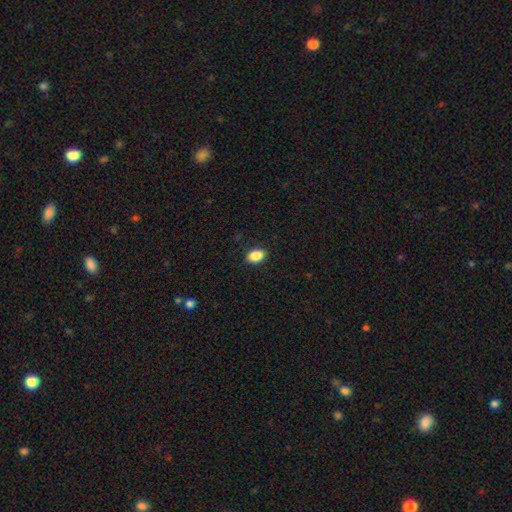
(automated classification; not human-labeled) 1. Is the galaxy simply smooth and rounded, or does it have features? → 88% smooth, 8% star or artifact, 4% featured or disk.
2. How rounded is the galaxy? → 84% in between, 15% round, 1% cigar-shaped.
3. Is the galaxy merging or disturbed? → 90% none, 7% minor disturbance, 2% major disturbance, 1% merger.